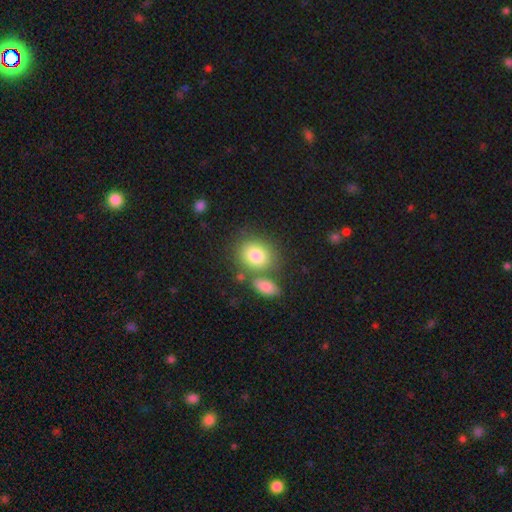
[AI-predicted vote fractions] Q: Smooth or featured?
A: smooth (82%); runner-up: featured or disk (10%)
Q: How rounded?
A: round (54%); runner-up: in between (45%)
Q: Merging?
A: none (59%); runner-up: merger (24%)